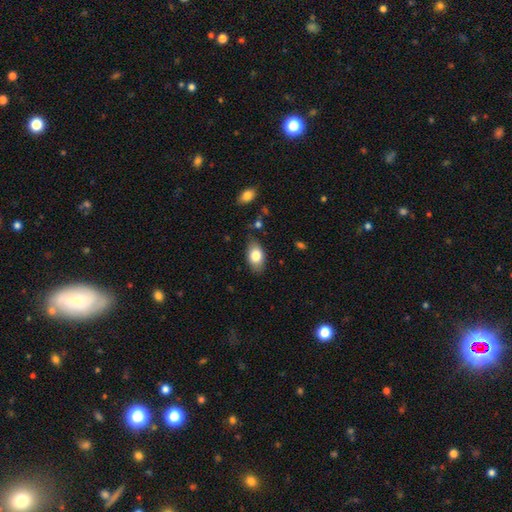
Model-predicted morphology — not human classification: Q: Smooth or featured?
A: smooth (79%); runner-up: featured or disk (14%)
Q: How rounded?
A: in between (91%); runner-up: round (7%)
Q: Merging?
A: none (80%); runner-up: minor disturbance (15%)